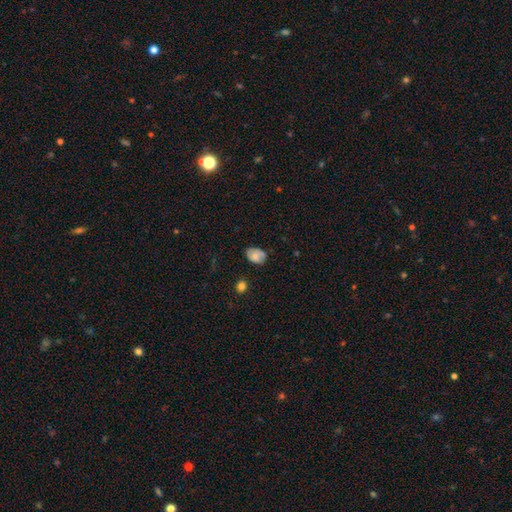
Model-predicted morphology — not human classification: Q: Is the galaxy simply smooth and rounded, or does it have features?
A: smooth — 67%.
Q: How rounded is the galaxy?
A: in between — 79%.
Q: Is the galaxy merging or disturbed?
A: none — 67%.